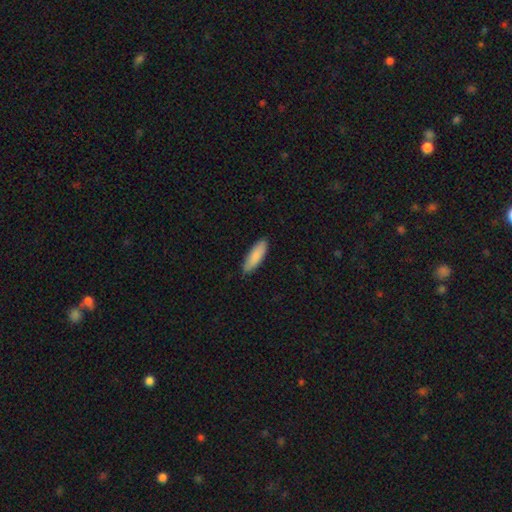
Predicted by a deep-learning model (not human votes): Smooth or featured: smooth — 88% (featured or disk — 7%)
How rounded: in between — 54% (cigar-shaped — 45%)
Merging: none — 87% (minor disturbance — 10%)